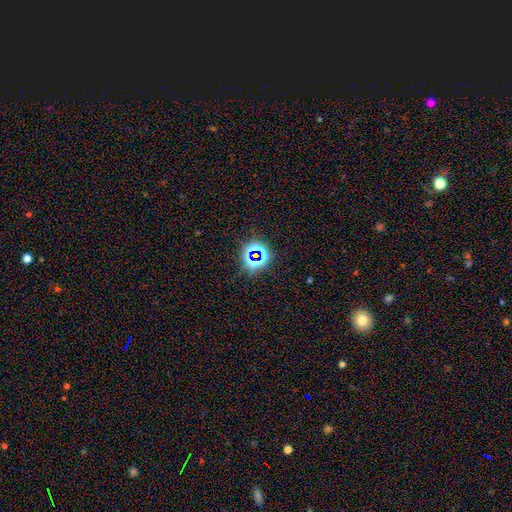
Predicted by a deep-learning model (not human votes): The model was most divided on "smooth or featured": star or artifact: 75%, smooth: 17%, featured or disk: 9%.